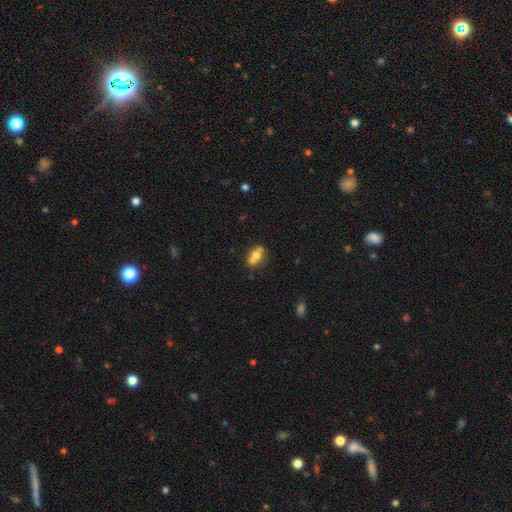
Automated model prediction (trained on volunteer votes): The model was most divided on "how rounded": round: 53%, in between: 45%, cigar-shaped: 2%. More confident: smooth or featured — smooth (60%); merging — merger (56%).